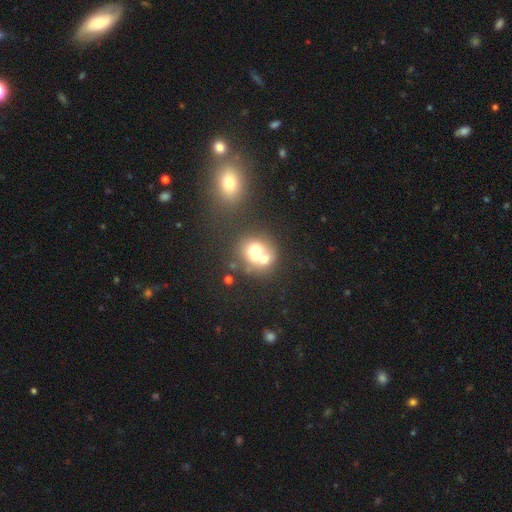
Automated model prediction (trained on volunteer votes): smooth 63%, featured or disk 24%, star or artifact 12%. Down the decision tree: how rounded — round (71%); merging — merger (54%).